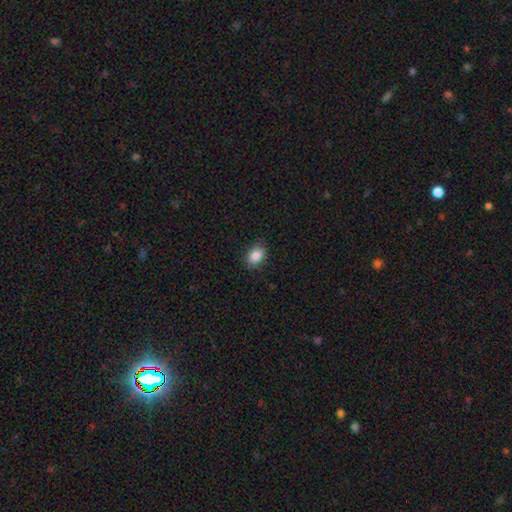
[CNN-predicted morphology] This appears to be a smooth galaxy with no disk features (87%) that is in between round and cigar-shaped (76%). Merging: none (87%).